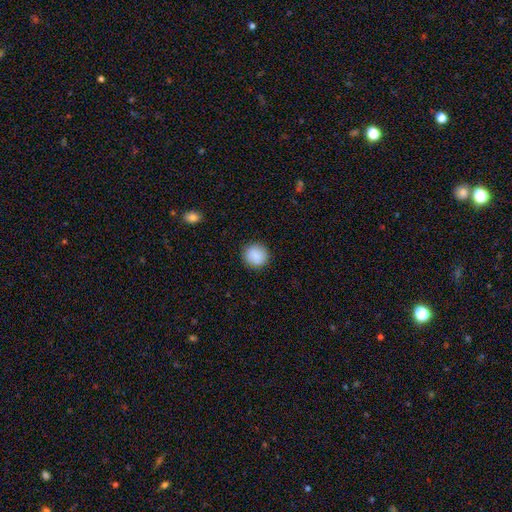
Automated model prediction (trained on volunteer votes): Overall: smooth (89%). How rounded: round (90%). Merging: none (90%).